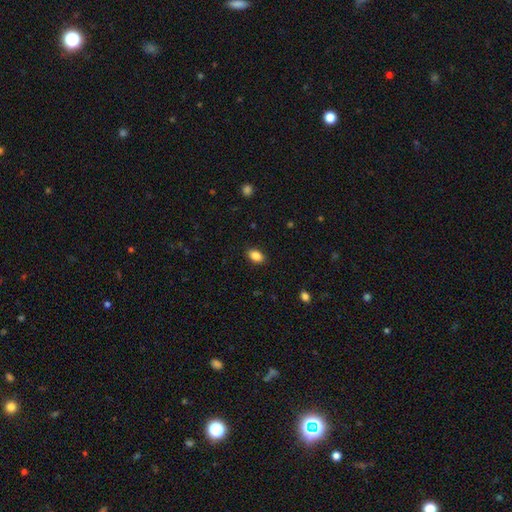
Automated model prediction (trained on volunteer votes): This is clearly a smooth galaxy (87%). How rounded: clearly in between (85%). Merging: clearly none (88%).